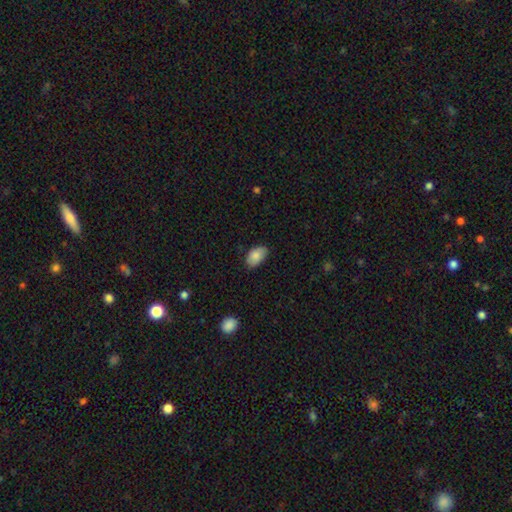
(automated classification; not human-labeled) smooth_or_featured: smooth (p=0.85) [alt: featured or disk p=0.08]
how_rounded: in between (p=0.91) [alt: round p=0.08]
merging: none (p=0.76) [alt: minor disturbance p=0.20]